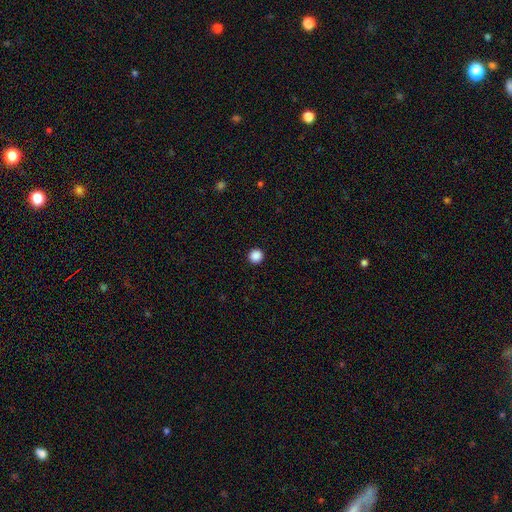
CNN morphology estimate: Smooth or featured: smooth — 88% (star or artifact — 10%)
How rounded: round — 96% (in between — 3%)
Merging: none — 94% (minor disturbance — 4%)